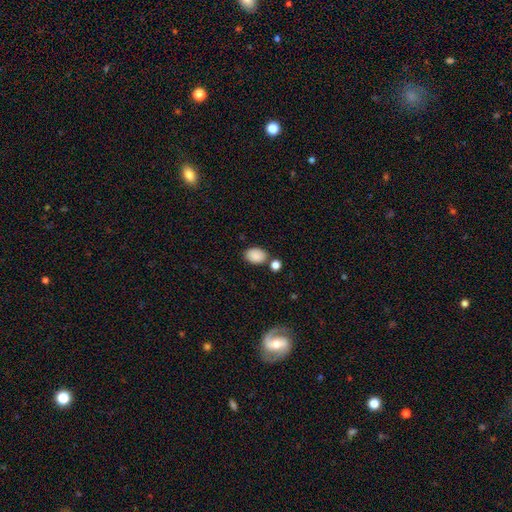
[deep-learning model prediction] Overall: smooth (88%). How rounded: in between (81%). Merging: none (74%).